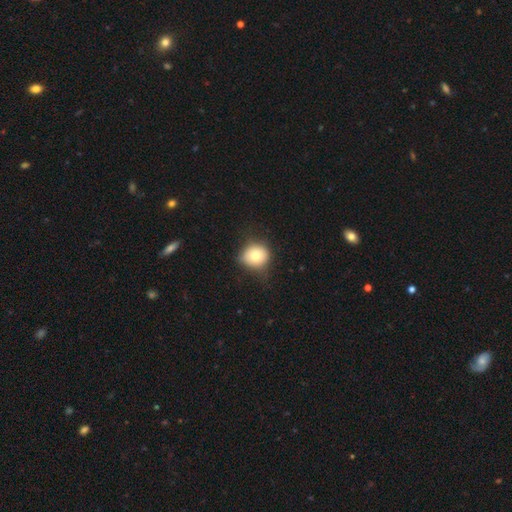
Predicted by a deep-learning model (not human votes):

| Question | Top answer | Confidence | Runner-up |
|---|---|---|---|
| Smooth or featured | smooth | 74% | featured or disk (16%) |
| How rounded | round | 83% | in between (16%) |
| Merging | none | 64% | minor disturbance (27%) |